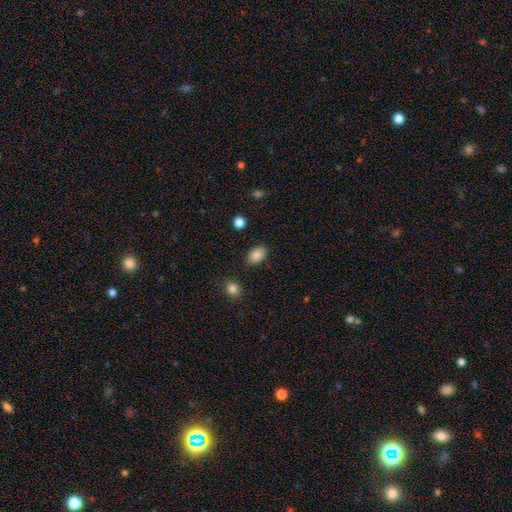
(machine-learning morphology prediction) Smooth or featured? Predicted: smooth (p=0.86). How rounded? Predicted: in between (p=0.86). Merging? Predicted: none (p=0.86).